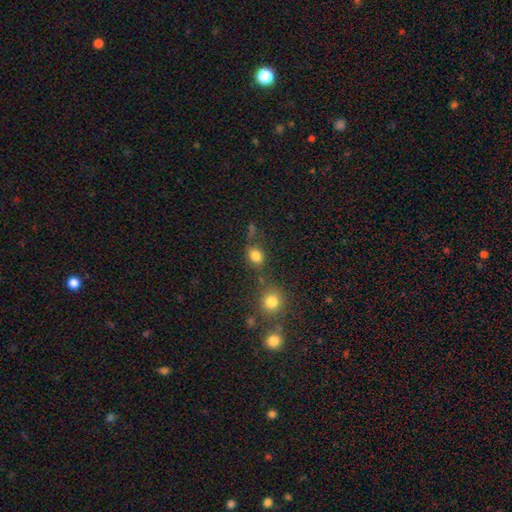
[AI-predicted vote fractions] Smooth or featured: smooth — 81% (star or artifact — 13%)
How rounded: in between — 49% (tied with round — 49%)
Merging: none — 66% (minor disturbance — 14%)